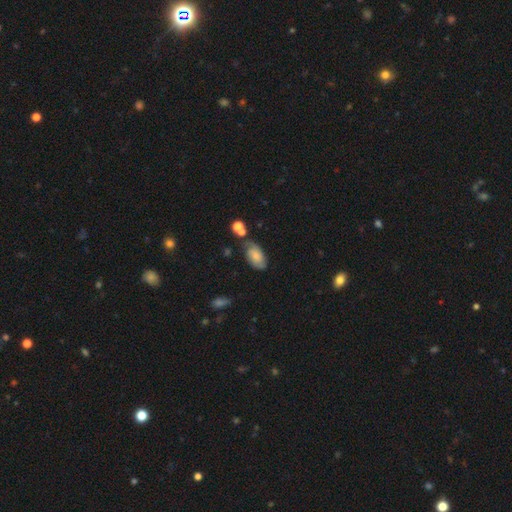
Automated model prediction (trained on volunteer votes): smooth-or-featured: smooth: 50% | featured or disk: 41% | star or artifact: 9%
  merging: none: 55% | minor disturbance: 25% | major disturbance: 10% | merger: 9%